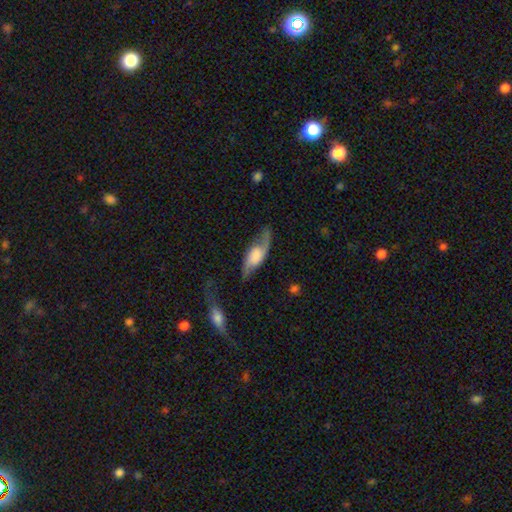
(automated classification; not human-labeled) Smooth or featured? Predicted: featured or disk (p=0.68). Edge-on disk? Predicted: no (p=0.80). Bar? Predicted: no (p=0.58). Spiral arms? Predicted: yes (p=0.91). Bulge size? Predicted: large (p=0.35). Merging? Predicted: none (p=0.64).